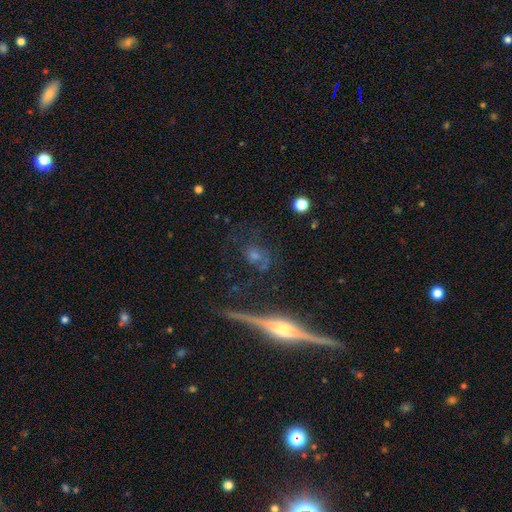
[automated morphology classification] Smooth or featured? Predicted: featured or disk (p=0.42). Merging? Predicted: none (p=0.69).